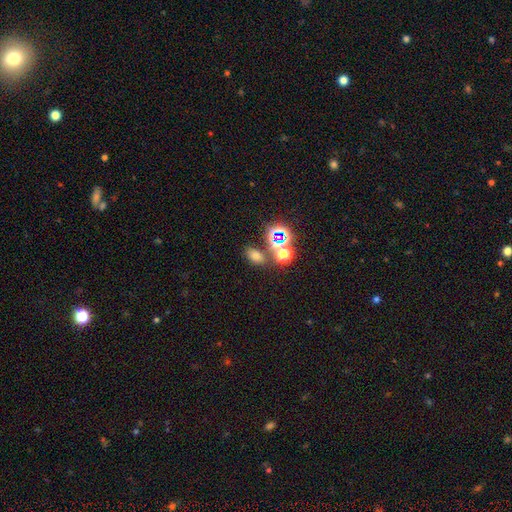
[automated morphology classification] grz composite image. It shows a smooth galaxy with no disk features (60%) that is in between round and cigar-shaped (77%). Merging: none (68%).